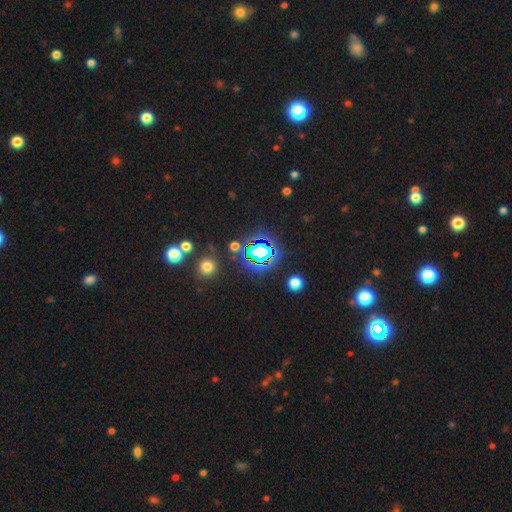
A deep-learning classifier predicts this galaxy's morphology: Overall: star or artifact (76%).